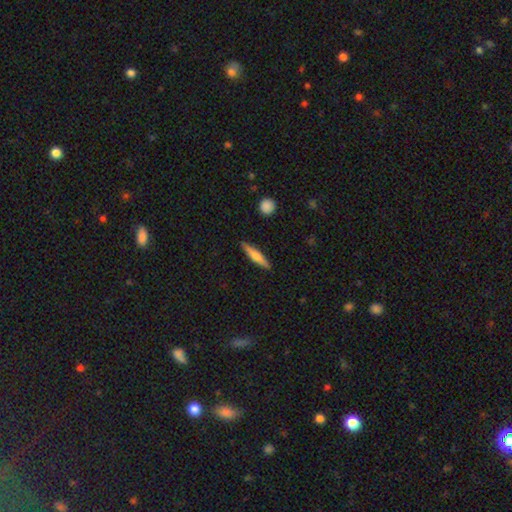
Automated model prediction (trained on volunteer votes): The model was most divided on "smooth or featured": smooth: 59%, featured or disk: 35%, star or artifact: 6%. More confident: merging — none (89%); how rounded — cigar-shaped (86%).